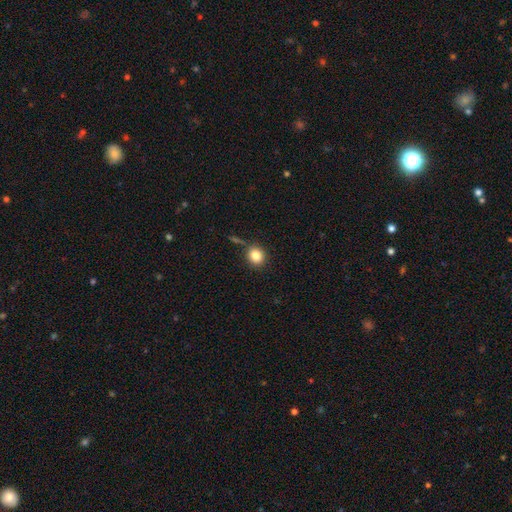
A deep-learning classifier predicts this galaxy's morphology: Smooth or featured: smooth — 84% (star or artifact — 10%)
How rounded: round — 77% (in between — 22%)
Merging: none — 76% (minor disturbance — 12%)